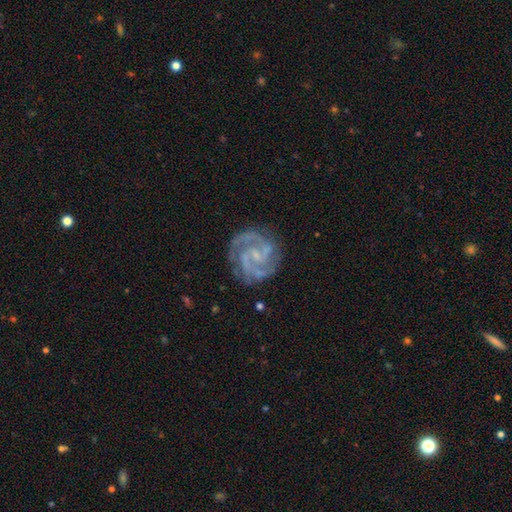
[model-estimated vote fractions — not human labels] A featured or disk galaxy (90%) with no bar (47%), 2 (44%) tight (58%) spiral arms (98%) and a small central bulge (69%).

Vote fractions:
- Smooth or featured? featured or disk: 90% / star or artifact: 6% / smooth: 4%
- Edge-on disk? no: 98% / yes: 2%
- Bar? no: 47% / weak: 40% / strong: 13%
- Spiral arms? yes: 98% / no: 2%
- Spiral winding? tight: 58% / medium: 37% / loose: 5%
- Spiral arm count? 2: 44% / 3: 31% / can't tell: 8% / 4: 8% / more than 4: 5% / 1: 5%
- Bulge size? small: 69% / none: 16% / moderate: 13% / large: 1% / dominant: 1%
- Merging? none: 81% / minor disturbance: 13% / major disturbance: 5% / merger: 1%